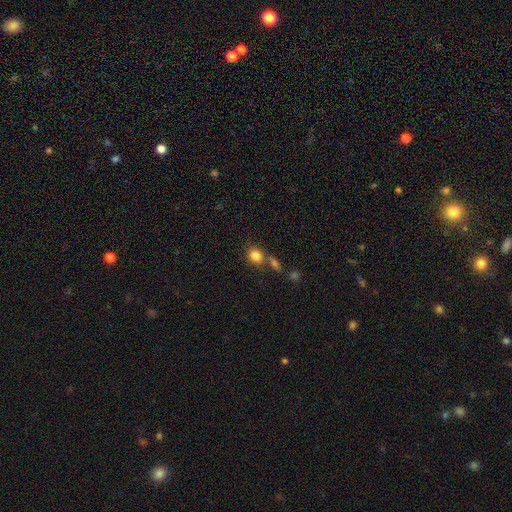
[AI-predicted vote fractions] A smooth galaxy with no disk features (83%) that is round (73%).

Vote fractions:
- Smooth or featured? smooth: 83% / star or artifact: 11% / featured or disk: 7%
- How rounded? round: 73% / in between: 26% / cigar-shaped: 1%
- Merging? none: 56% / merger: 28% / minor disturbance: 12% / major disturbance: 5%